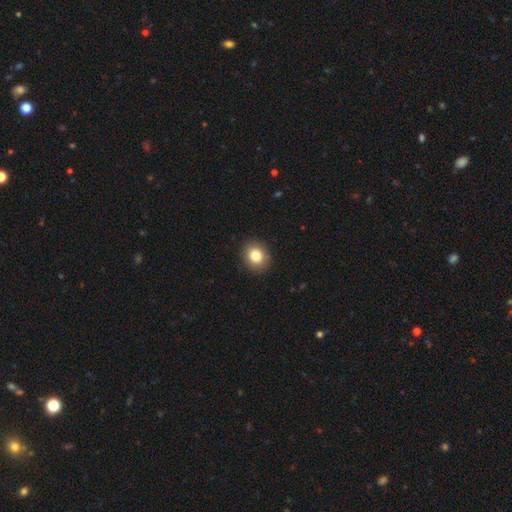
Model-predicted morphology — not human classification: type=smooth (82%); roundness=round (65%); merging=none (90%).